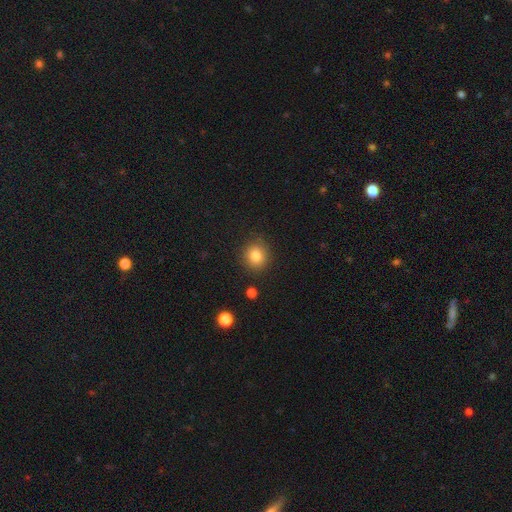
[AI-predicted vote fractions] Smooth or featured?
  - smooth: 82% *
  - star or artifact: 11%
  - featured or disk: 7%
How rounded?
  - round: 87% *
  - in between: 12%
  - cigar-shaped: 1%
Merging?
  - none: 87% *
  - minor disturbance: 8%
  - major disturbance: 2%
  - merger: 2%